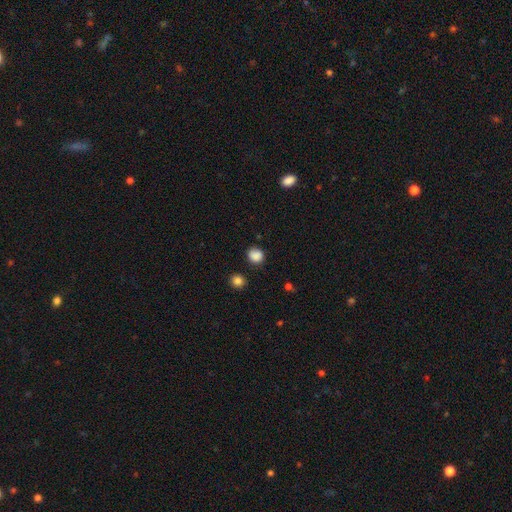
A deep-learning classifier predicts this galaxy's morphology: Smooth or featured?
  - smooth: 85% *
  - star or artifact: 12%
  - featured or disk: 4%
How rounded?
  - round: 77% *
  - in between: 23%
  - cigar-shaped: 1%
Merging?
  - none: 78% *
  - minor disturbance: 15%
  - major disturbance: 4%
  - merger: 3%